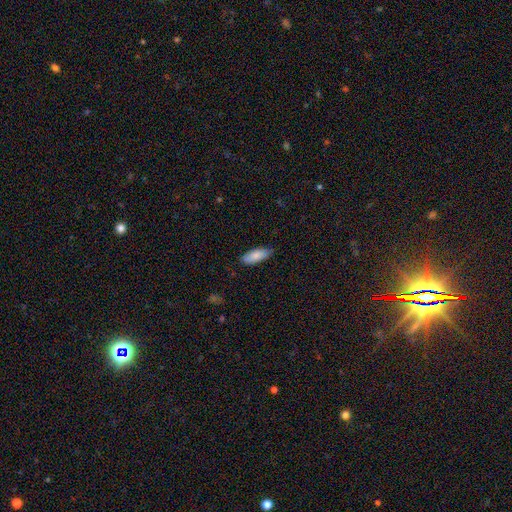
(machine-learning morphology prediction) The model was most divided on "how rounded": in between: 79%, cigar-shaped: 19%, round: 2%. More confident: smooth or featured — smooth (86%); merging — none (79%).